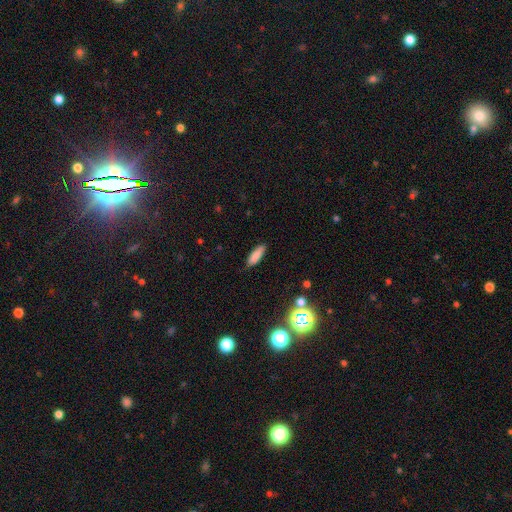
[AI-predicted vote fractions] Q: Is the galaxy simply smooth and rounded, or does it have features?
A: smooth — 82%.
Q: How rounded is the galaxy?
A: in between — 49%, tied with cigar-shaped.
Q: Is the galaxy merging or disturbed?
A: none — 85%.